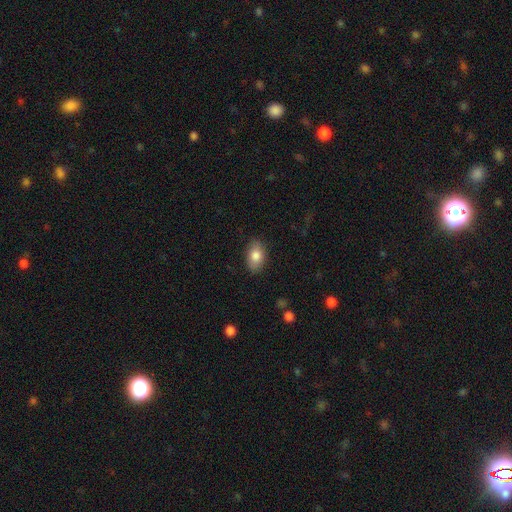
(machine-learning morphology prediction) type=smooth (82%); roundness=in between (89%); merging=none (85%).